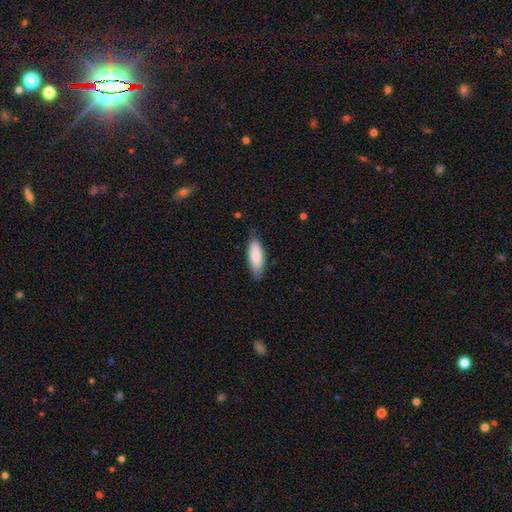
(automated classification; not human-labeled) smooth_or_featured: smooth (p=0.78) [alt: featured or disk p=0.16]
how_rounded: in between (p=0.64) [alt: cigar-shaped p=0.34]
merging: none (p=0.79) [alt: minor disturbance p=0.17]